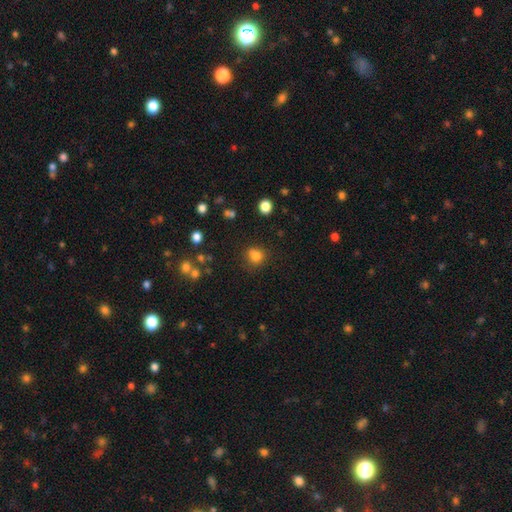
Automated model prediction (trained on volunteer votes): The model was most divided on "merging": none: 71%, minor disturbance: 15%, merger: 10%, major disturbance: 5%. More confident: how rounded — round (81%); smooth or featured — smooth (79%).